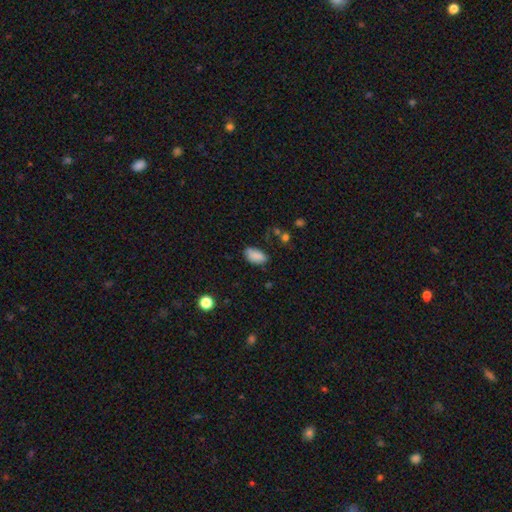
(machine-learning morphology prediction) smooth-or-featured: smooth: 85% | star or artifact: 8% | featured or disk: 6%
  how-rounded: in between: 93% | round: 5% | cigar-shaped: 2%
  merging: none: 69% | minor disturbance: 24% | major disturbance: 5% | merger: 2%